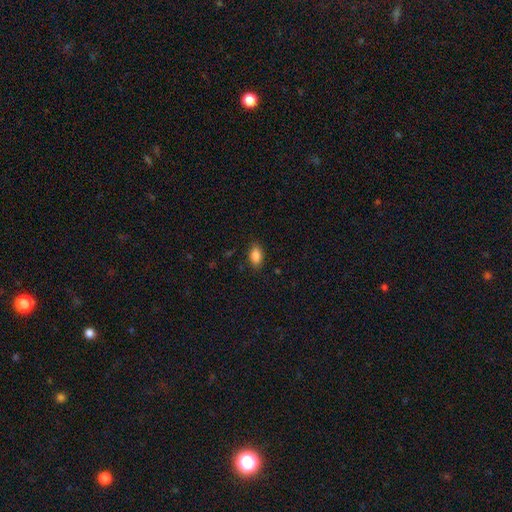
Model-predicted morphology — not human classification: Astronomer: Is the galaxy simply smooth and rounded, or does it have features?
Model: smooth — 87%.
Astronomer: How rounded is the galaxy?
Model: in between — 90%.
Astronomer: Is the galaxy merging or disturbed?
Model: none — 86%.